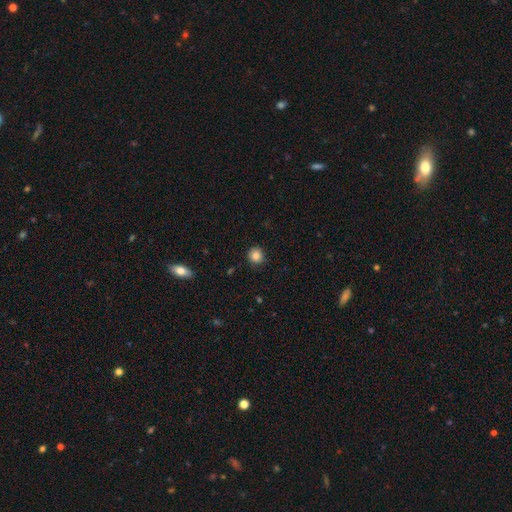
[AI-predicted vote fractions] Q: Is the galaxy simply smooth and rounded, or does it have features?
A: smooth — 84%.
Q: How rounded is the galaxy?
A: round — 91%.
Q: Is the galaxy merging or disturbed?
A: none — 90%.